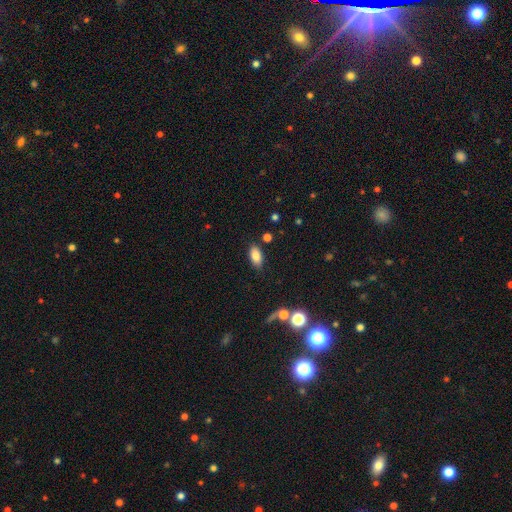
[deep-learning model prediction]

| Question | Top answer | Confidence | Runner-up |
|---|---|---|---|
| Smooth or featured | smooth | 83% | star or artifact (9%) |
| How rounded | in between | 91% | cigar-shaped (5%) |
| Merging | none | 83% | minor disturbance (11%) |